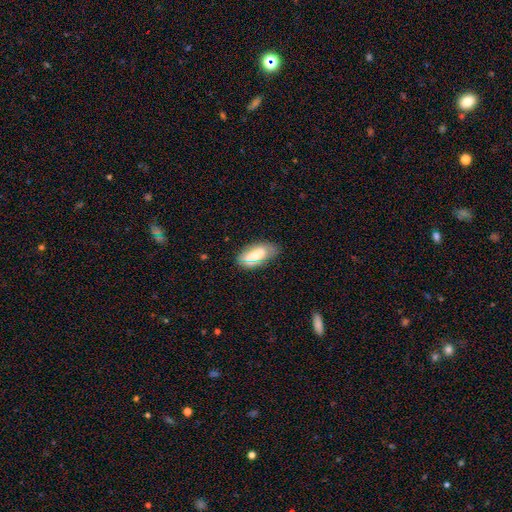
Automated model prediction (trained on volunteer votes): Q: Smooth or featured?
A: smooth (60%); runner-up: featured or disk (30%)
Q: How rounded?
A: in between (88%); runner-up: cigar-shaped (9%)
Q: Merging?
A: none (76%); runner-up: minor disturbance (18%)